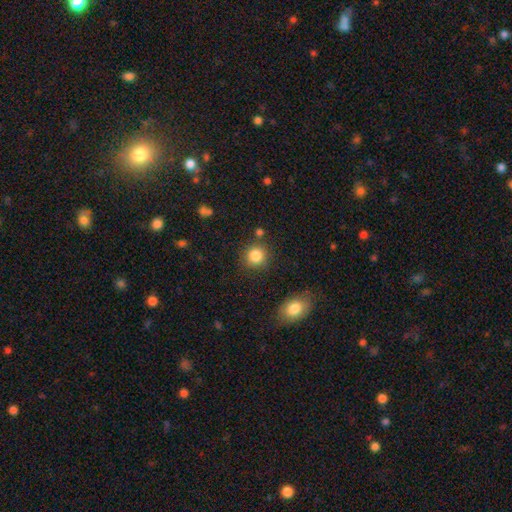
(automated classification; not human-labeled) This appears to be a smooth galaxy with no disk features (85%) that is round (88%). Merging: none (83%).